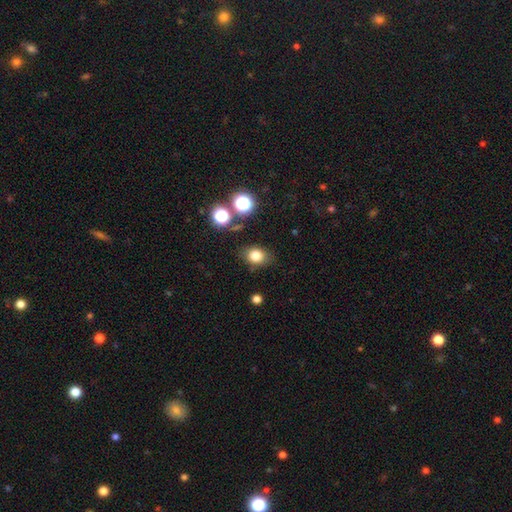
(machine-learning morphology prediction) A smooth galaxy with no disk features (79%) that is in between round and cigar-shaped (50%).

Vote fractions:
- Smooth or featured? smooth: 79% / star or artifact: 14% / featured or disk: 7%
- How rounded? in between: 50% / round: 49% / cigar-shaped: 1%
- Merging? none: 79% / minor disturbance: 13% / major disturbance: 4% / merger: 3%